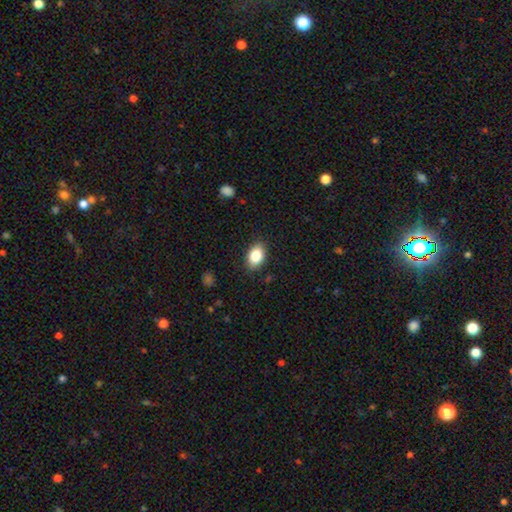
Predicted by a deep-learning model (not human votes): The model was most divided on "how rounded": in between: 85%, round: 13%, cigar-shaped: 1%. More confident: merging — none (87%); smooth or featured — smooth (85%).